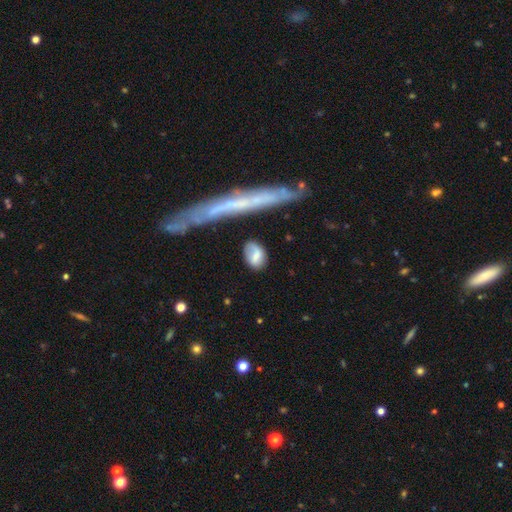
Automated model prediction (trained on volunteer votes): smooth-or-featured: smooth: 70% | featured or disk: 23% | star or artifact: 7%
  how-rounded: in between: 79% | round: 14% | cigar-shaped: 6%
  merging: none: 65% | minor disturbance: 22% | major disturbance: 8% | merger: 5%